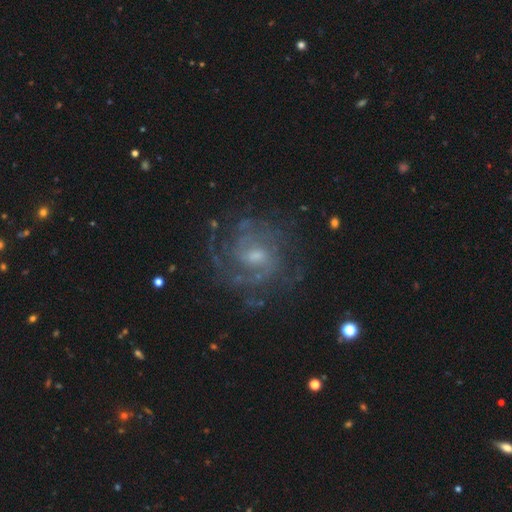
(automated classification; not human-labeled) smooth-or-featured: featured or disk: 85% | star or artifact: 8% | smooth: 8%
  disk-edge-on: no: 98% | yes: 2%
    bar: weak: 49% | no: 43% | strong: 8%
    has-spiral-arms: yes: 94% | no: 6%
      spiral-winding: tight: 53% | medium: 37% | loose: 9%
      spiral-arm-count: can't tell: 33% | 2: 30% | 3: 18% | 4: 8% | 1: 6% | more than 4: 6%
    bulge-size: small: 48% | moderate: 43% | none: 5% | large: 3% | dominant: 1%
  merging: none: 72% | minor disturbance: 16% | major disturbance: 10% | merger: 1%